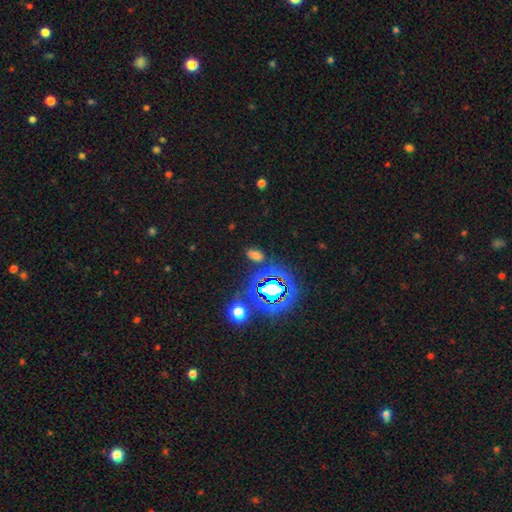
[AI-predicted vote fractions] Q: Smooth or featured?
A: smooth (56%); runner-up: star or artifact (36%)
Q: How rounded?
A: in between (83%); runner-up: round (13%)
Q: Merging?
A: none (79%); runner-up: minor disturbance (12%)